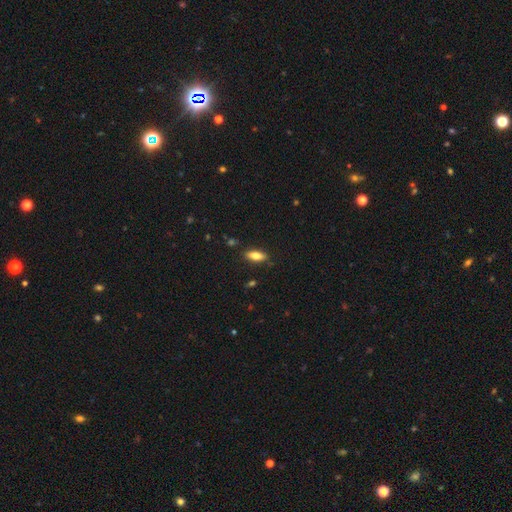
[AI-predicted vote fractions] Smooth or featured?
  - smooth: 77% *
  - featured or disk: 16%
  - star or artifact: 7%
How rounded?
  - in between: 77% *
  - cigar-shaped: 20%
  - round: 2%
Merging?
  - none: 85% *
  - minor disturbance: 11%
  - major disturbance: 2%
  - merger: 2%